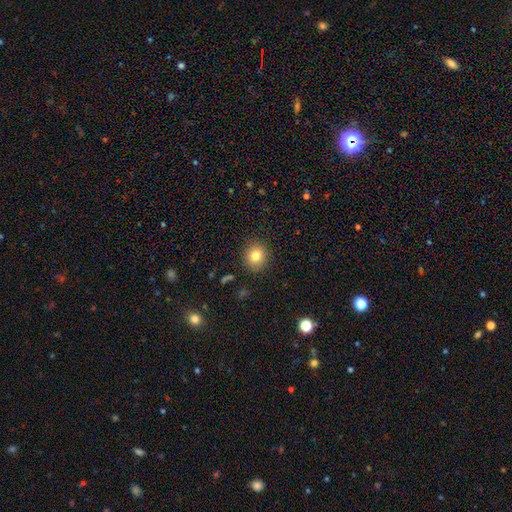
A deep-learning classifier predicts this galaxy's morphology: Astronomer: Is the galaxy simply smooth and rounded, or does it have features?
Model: smooth — 80%.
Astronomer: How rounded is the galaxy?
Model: round — 87%.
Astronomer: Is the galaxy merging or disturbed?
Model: none — 90%.